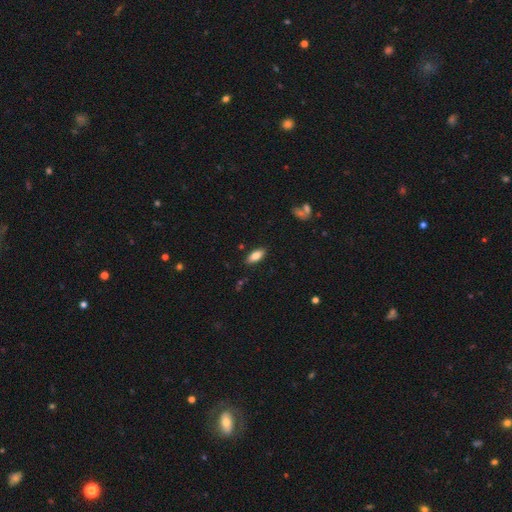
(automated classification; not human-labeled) The model was most divided on "smooth or featured": smooth: 81%, featured or disk: 12%, star or artifact: 7%. More confident: merging — none (87%); how rounded — in between (85%).